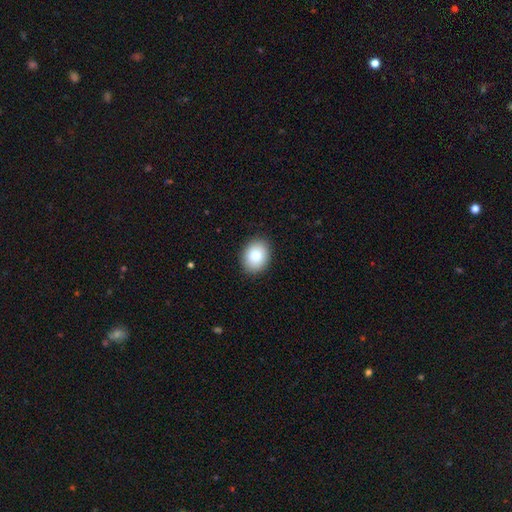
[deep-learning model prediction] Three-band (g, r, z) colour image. It shows a smooth galaxy with no disk features (82%) that is in between round and cigar-shaped (57%). Merging: none (90%).